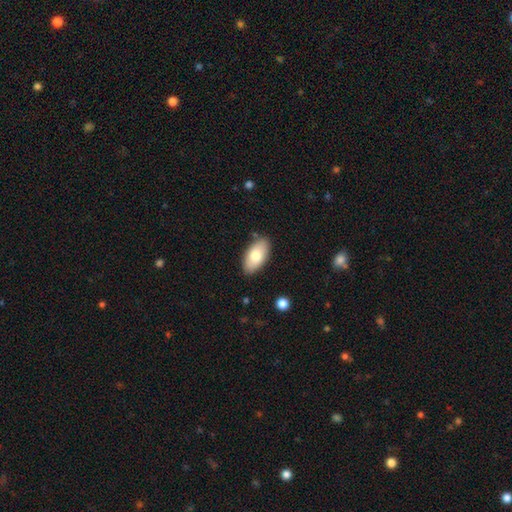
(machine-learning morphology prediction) This is likely a smooth galaxy (76%). How rounded: clearly in between (94%). Merging: clearly none (86%).